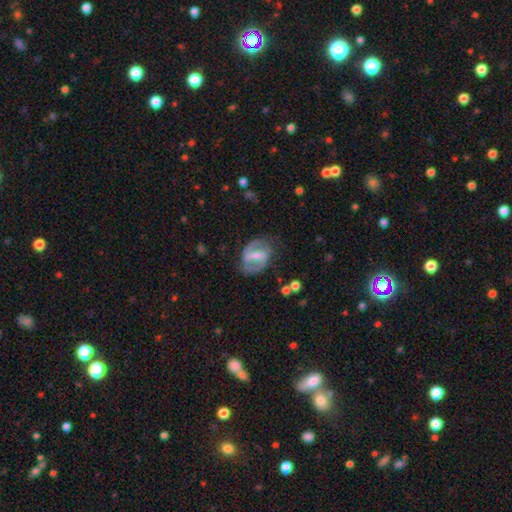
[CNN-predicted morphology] The model was most divided on "bulge size": moderate: 45%, small: 42%, none: 8%, large: 5%, dominant: 1%. More confident: edge-on disk — no (96%); spiral arm count — 2 (87%); spiral arms — yes (85%); smooth or featured — featured or disk (78%); merging — none (73%); bar — strong (53%); spiral winding — medium (51%).